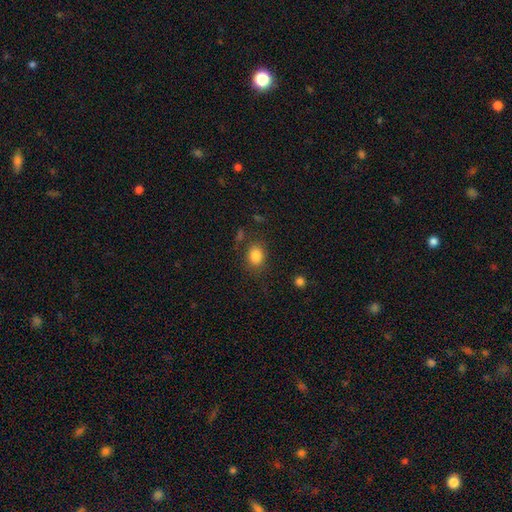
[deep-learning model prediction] smooth_or_featured: smooth (p=0.84) [alt: star or artifact p=0.10]
how_rounded: in between (p=0.51) [alt: round p=0.48]
merging: none (p=0.79) [alt: minor disturbance p=0.13]